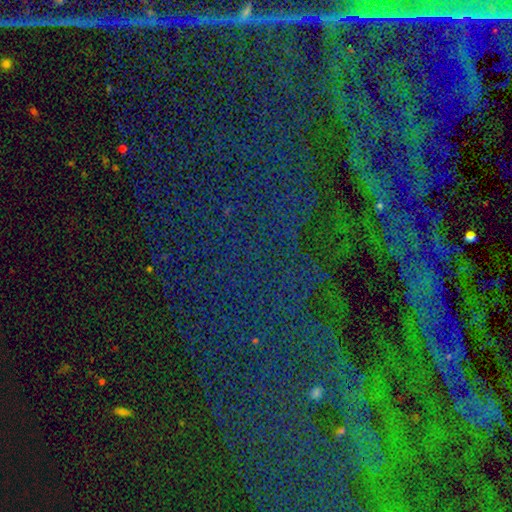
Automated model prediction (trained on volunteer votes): smooth-or-featured: star or artifact: 82% | featured or disk: 9% | smooth: 9%